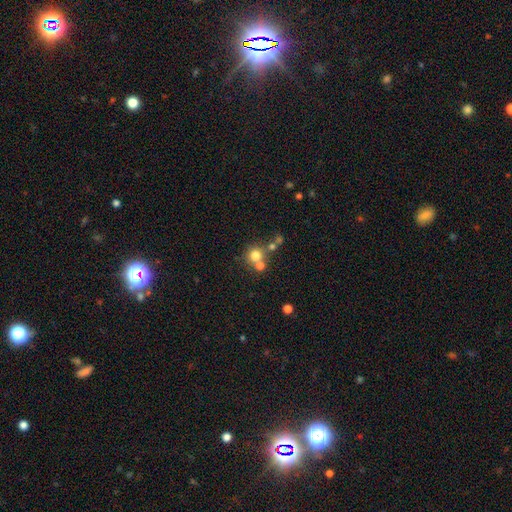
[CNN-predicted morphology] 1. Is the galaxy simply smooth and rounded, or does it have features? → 72% smooth, 14% star or artifact, 13% featured or disk.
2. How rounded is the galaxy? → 89% round, 10% in between, 1% cigar-shaped.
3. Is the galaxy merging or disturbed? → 51% none, 37% merger, 7% minor disturbance, 5% major disturbance.